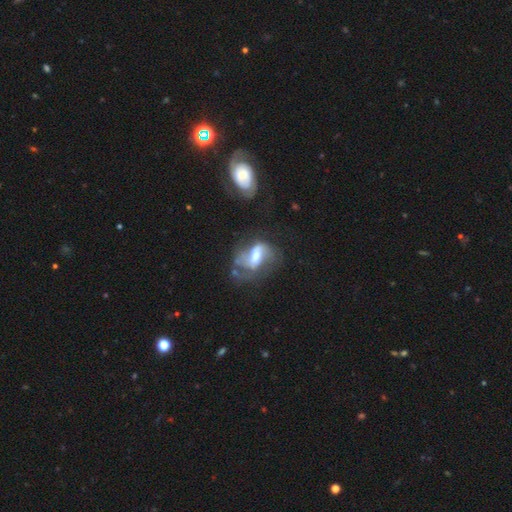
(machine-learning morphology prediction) This appears to be a featured or disk galaxy (74%) with a weak bar (44%), 2 (70%) loose (47%) spiral arms (82%) and a moderate central bulge (61%). Merging: none (40%).